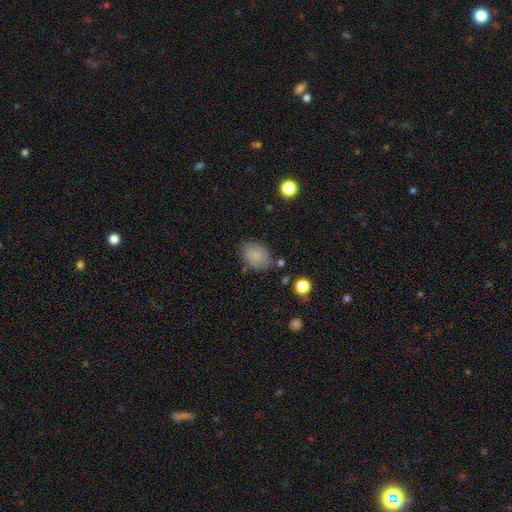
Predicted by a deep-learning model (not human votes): Smooth or featured: smooth — 82% (featured or disk — 9%)
How rounded: in between — 75% (round — 24%)
Merging: none — 77% (minor disturbance — 15%)